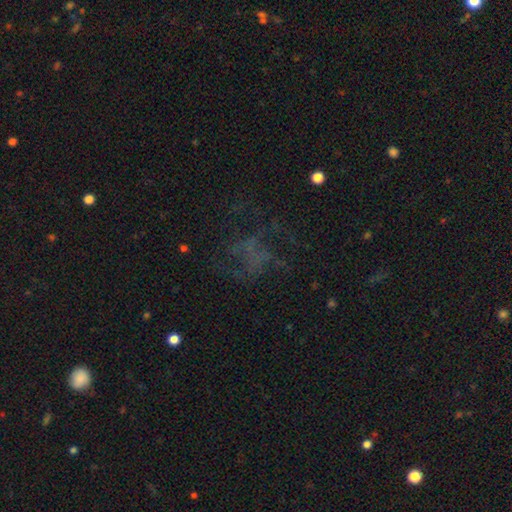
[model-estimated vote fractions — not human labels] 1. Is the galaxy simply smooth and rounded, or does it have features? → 39% star or artifact, 37% featured or disk, 24% smooth.